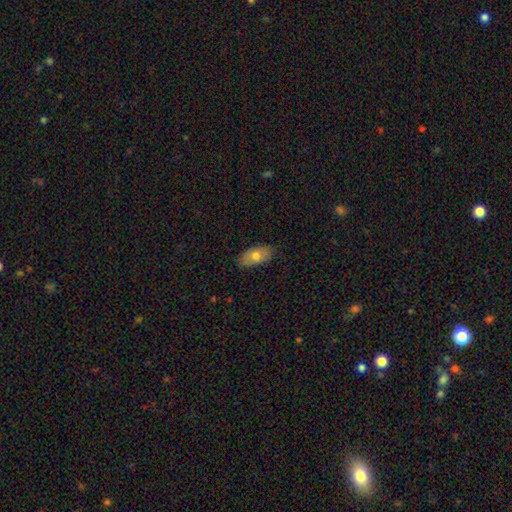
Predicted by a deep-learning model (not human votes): A smooth galaxy with no disk features (72%) that is in between round and cigar-shaped (92%).

Vote fractions:
- Smooth or featured? smooth: 72% / featured or disk: 21% / star or artifact: 7%
- How rounded? in between: 92% / round: 5% / cigar-shaped: 3%
- Merging? none: 80% / minor disturbance: 16% / major disturbance: 3% / merger: 1%